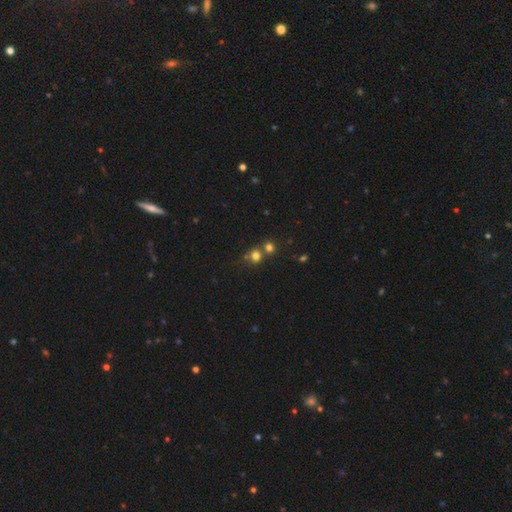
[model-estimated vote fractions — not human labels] Morphology: type=smooth (73%); roundness=round (82%); merging=none (53%).